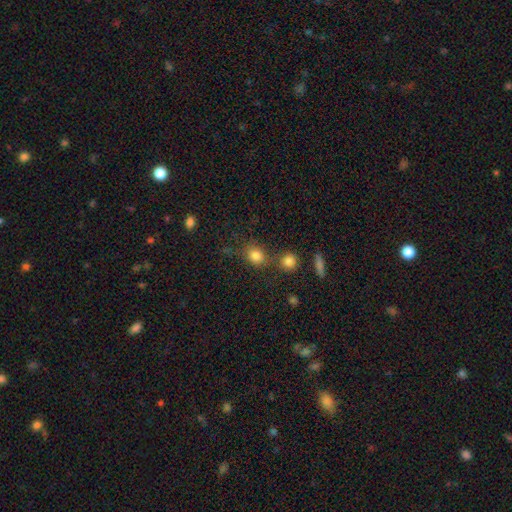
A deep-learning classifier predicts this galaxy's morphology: Q: Smooth or featured?
A: smooth (82%); runner-up: star or artifact (12%)
Q: How rounded?
A: round (64%); runner-up: in between (35%)
Q: Merging?
A: none (58%); runner-up: merger (22%)